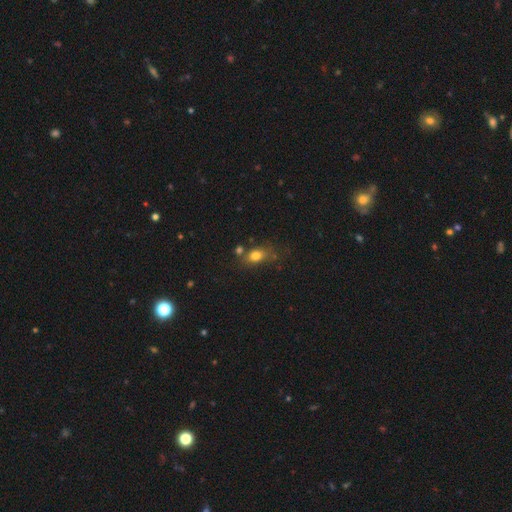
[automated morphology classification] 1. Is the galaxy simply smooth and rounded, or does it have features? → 78% smooth, 11% star or artifact, 10% featured or disk.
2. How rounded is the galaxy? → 71% in between, 25% round, 4% cigar-shaped.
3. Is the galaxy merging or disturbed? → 59% none, 20% minor disturbance, 13% merger, 8% major disturbance.